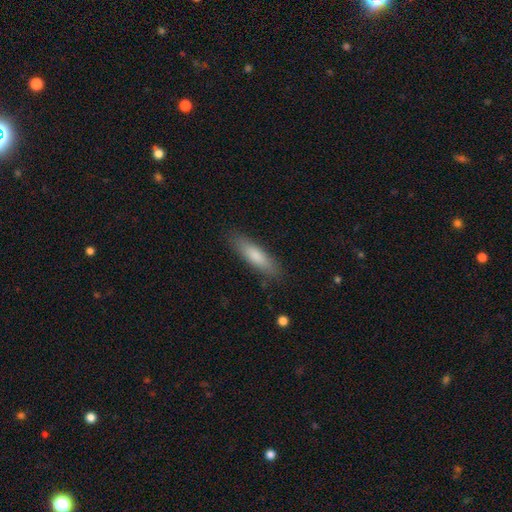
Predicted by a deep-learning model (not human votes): This appears to be a smooth galaxy with no disk features (79%) that is cigar-shaped (66%). Merging: none (84%).